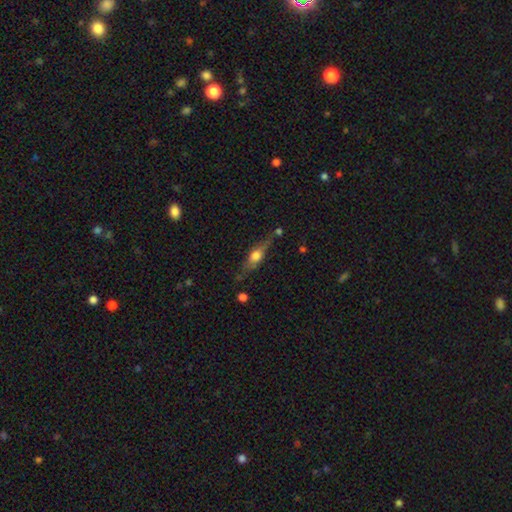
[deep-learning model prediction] This appears to be a smooth galaxy with no disk features (49%). Merging: none (59%).